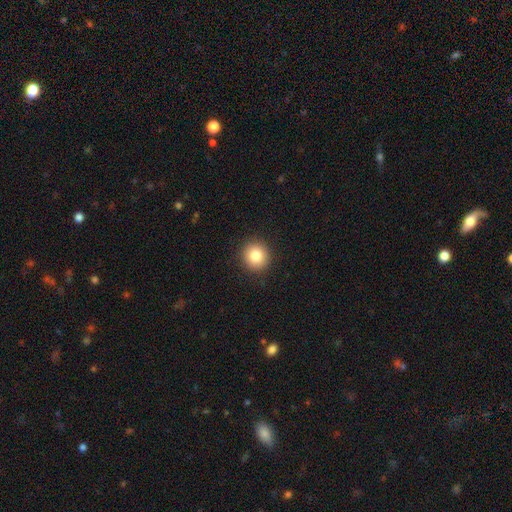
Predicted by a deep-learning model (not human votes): The model was most divided on "smooth or featured": smooth: 83%, star or artifact: 10%, featured or disk: 7%. More confident: merging — none (92%); how rounded — round (91%).